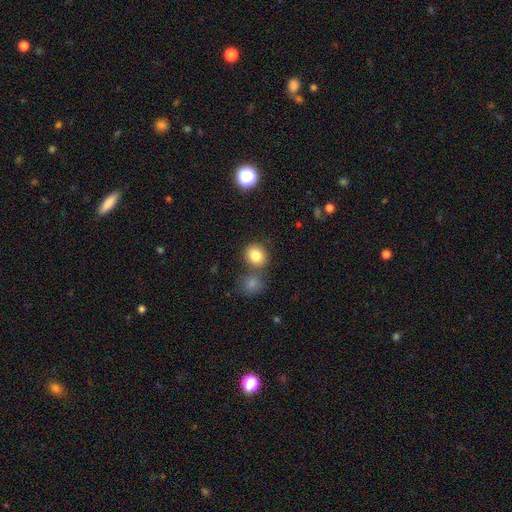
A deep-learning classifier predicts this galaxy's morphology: Overall: smooth (83%). How rounded: round (70%). Merging: none (63%; merger 23%).